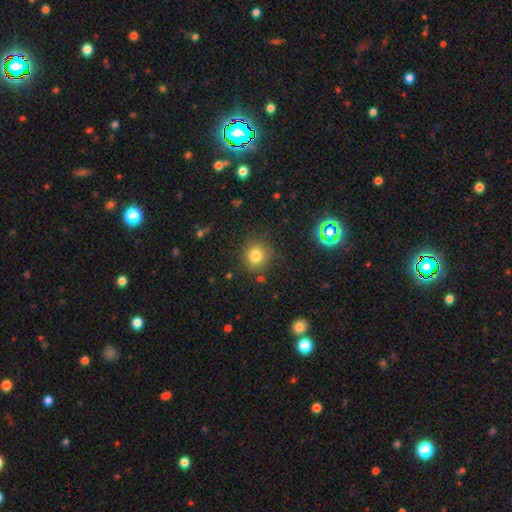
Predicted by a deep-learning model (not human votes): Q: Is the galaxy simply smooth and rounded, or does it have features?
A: smooth — 78%.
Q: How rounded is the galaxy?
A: round — 89%.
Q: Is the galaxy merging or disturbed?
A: none — 84%.